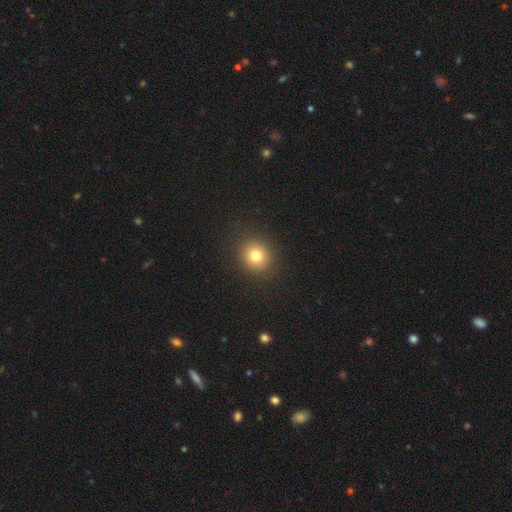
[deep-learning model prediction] This appears to be a smooth galaxy with no disk features (79%) that is round (85%). Merging: none (90%).